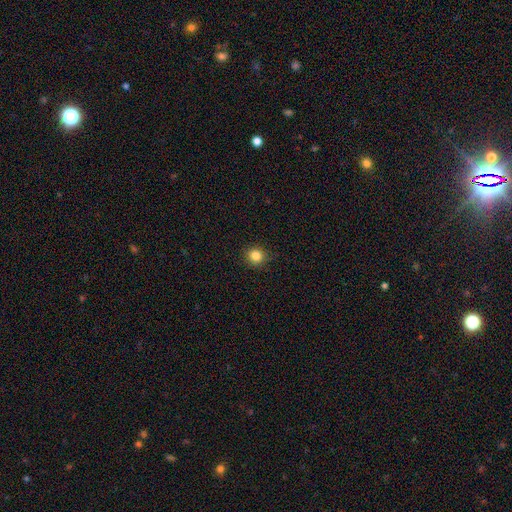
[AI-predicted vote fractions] Smooth or featured?
  - smooth: 84% *
  - star or artifact: 12%
  - featured or disk: 4%
How rounded?
  - round: 90% *
  - in between: 9%
  - cigar-shaped: 1%
Merging?
  - none: 88% *
  - minor disturbance: 8%
  - major disturbance: 2%
  - merger: 1%